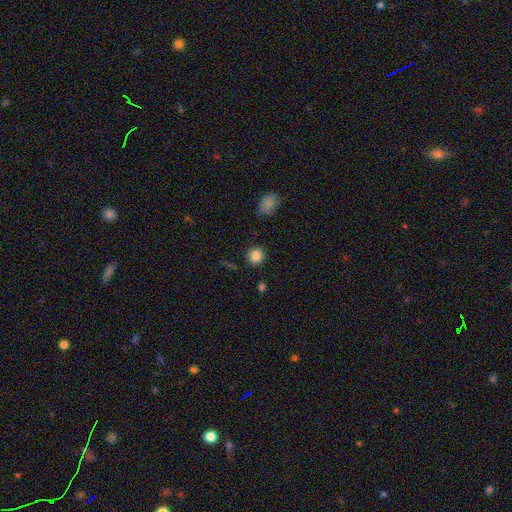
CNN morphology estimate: The model was most divided on "smooth or featured": smooth: 85%, star or artifact: 10%, featured or disk: 4%. More confident: how rounded — round (88%); merging — none (87%).